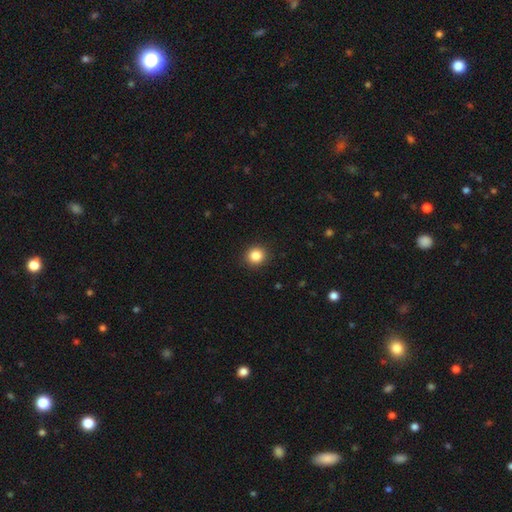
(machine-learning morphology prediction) A smooth galaxy with no disk features (84%) that is round (90%).

Vote fractions:
- Smooth or featured? smooth: 84% / star or artifact: 11% / featured or disk: 5%
- How rounded? round: 90% / in between: 10% / cigar-shaped: 1%
- Merging? none: 92% / minor disturbance: 5% / major disturbance: 2% / merger: 1%